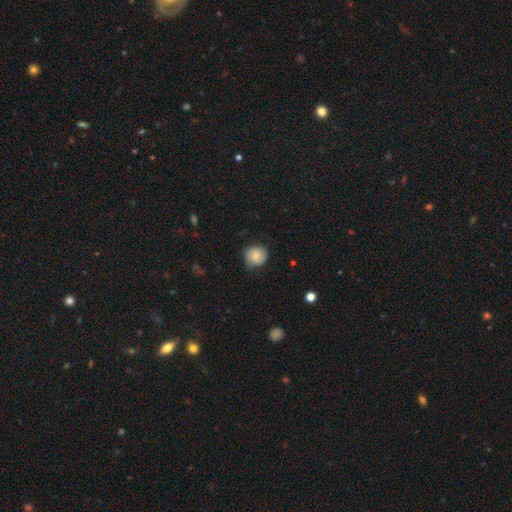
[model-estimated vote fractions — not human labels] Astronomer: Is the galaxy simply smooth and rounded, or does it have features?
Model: smooth — 79%.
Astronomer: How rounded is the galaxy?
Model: round — 86%.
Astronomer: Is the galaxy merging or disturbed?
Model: none — 72%.